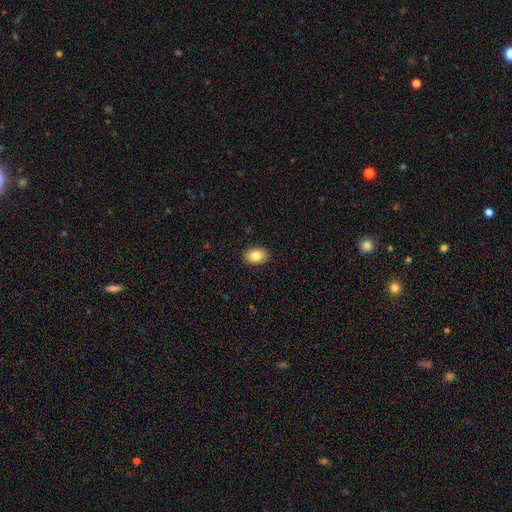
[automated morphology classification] type=smooth (83%); roundness=in between (75%); merging=none (89%).